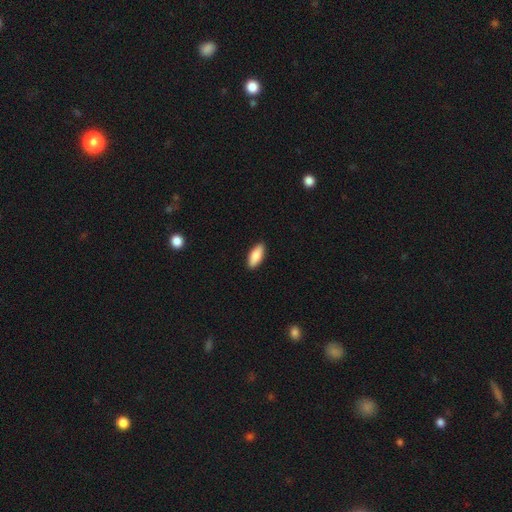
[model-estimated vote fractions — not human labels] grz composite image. It shows a smooth galaxy with no disk features (85%) that is in between round and cigar-shaped (82%). Merging: none (90%).